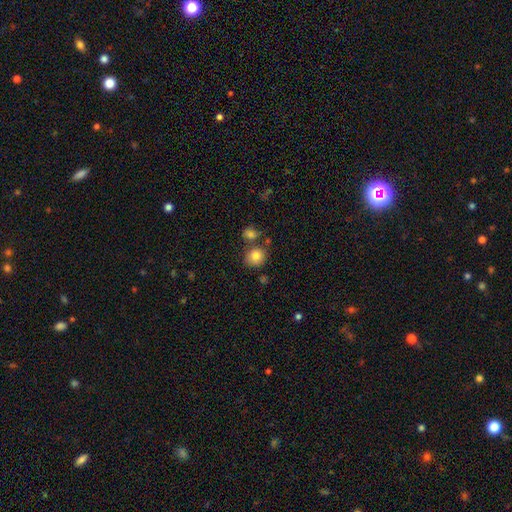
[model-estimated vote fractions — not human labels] Overall: smooth (83%). How rounded: round (76%). Merging: none (69%).